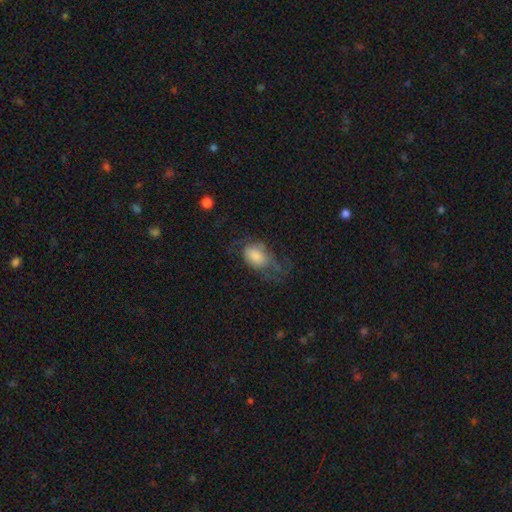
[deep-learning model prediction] This appears to be a smooth galaxy with no disk features (59%) that is in between round and cigar-shaped (81%). Merging: major disturbance (40%).